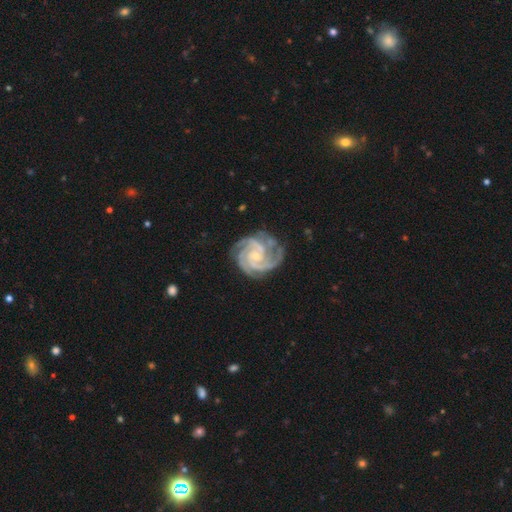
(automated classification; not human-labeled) A featured or disk galaxy (94%) with no bar (65%), 3 (46%) tight (72%) spiral arms (99%) and a small central bulge (70%).

Vote fractions:
- Smooth or featured? featured or disk: 94% / star or artifact: 4% / smooth: 3%
- Edge-on disk? no: 98% / yes: 2%
- Bar? no: 65% / weak: 25% / strong: 10%
- Spiral arms? yes: 99% / no: 1%
- Spiral winding? tight: 72% / medium: 25% / loose: 2%
- Spiral arm count? 3: 46% / 4: 25% / 2: 11% / can't tell: 7% / more than 4: 6% / 1: 5%
- Bulge size? small: 70% / moderate: 27% / none: 2% / large: 1% / dominant: 1%
- Merging? none: 75% / minor disturbance: 17% / major disturbance: 6% / merger: 2%